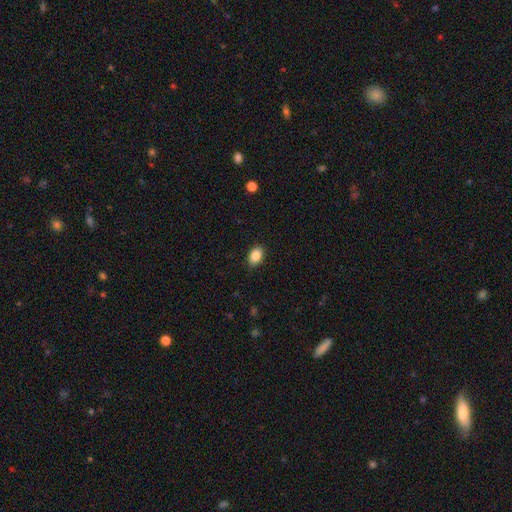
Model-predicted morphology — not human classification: Smooth or featured? smooth (87%)
How rounded? in between (83%)
Merging? none (88%)